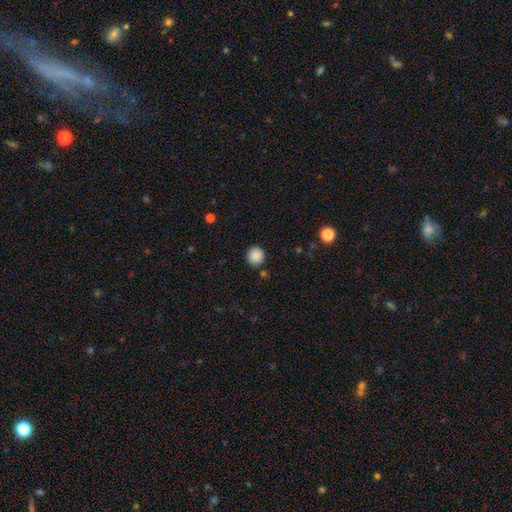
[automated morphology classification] Q: Smooth or featured?
A: smooth (88%); runner-up: star or artifact (9%)
Q: How rounded?
A: round (91%); runner-up: in between (8%)
Q: Merging?
A: none (87%); runner-up: minor disturbance (8%)